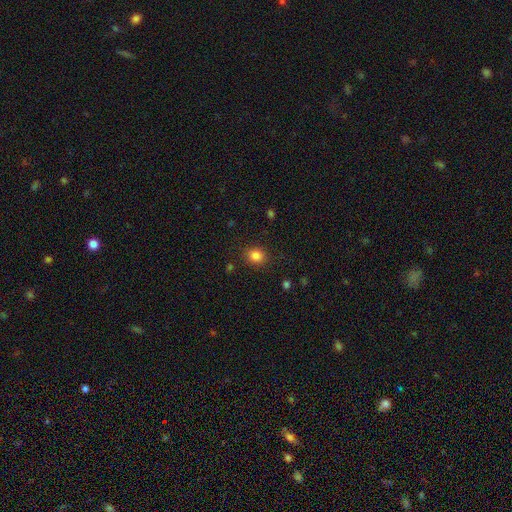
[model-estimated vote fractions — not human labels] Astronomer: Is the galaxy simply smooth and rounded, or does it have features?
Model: smooth — 84%.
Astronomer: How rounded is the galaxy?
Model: round — 70%.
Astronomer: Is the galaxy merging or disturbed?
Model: none — 87%.